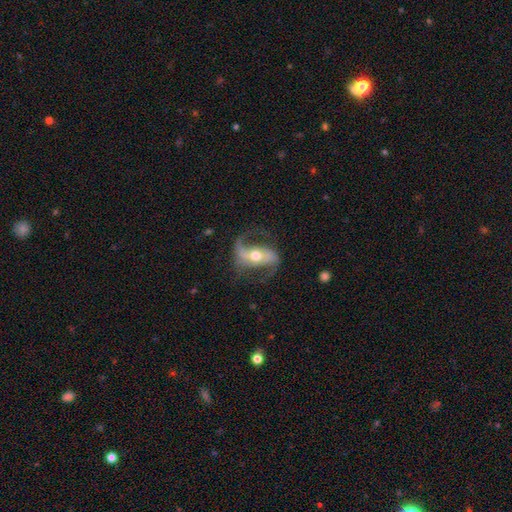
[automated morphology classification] This appears to be a featured or disk galaxy (86%) with a strong bar (48%), 2 (88%) loose (52%) spiral arms (95%) and a moderate central bulge (69%). Merging: none (70%).